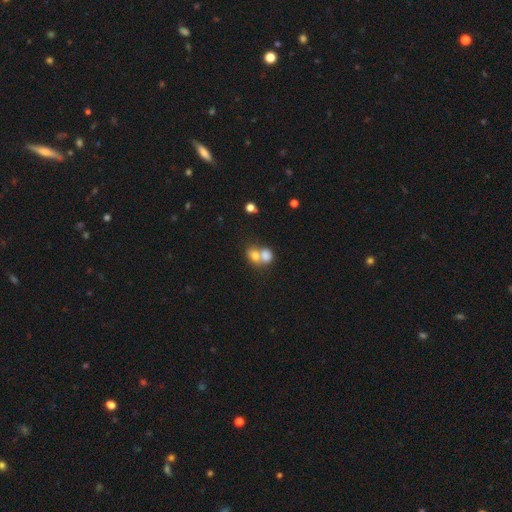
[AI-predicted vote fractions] smooth_or_featured: smooth (p=0.71) [alt: featured or disk p=0.17]
how_rounded: in between (p=0.51) [alt: round p=0.48]
merging: merger (p=0.67) [alt: none p=0.23]